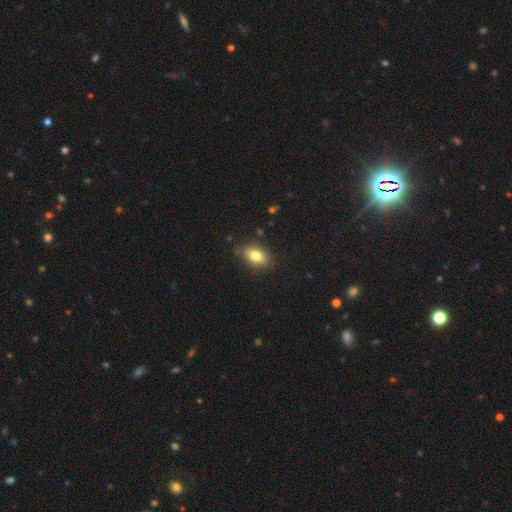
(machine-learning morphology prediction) Smooth or featured? smooth (81%)
How rounded? in between (85%)
Merging? none (82%)